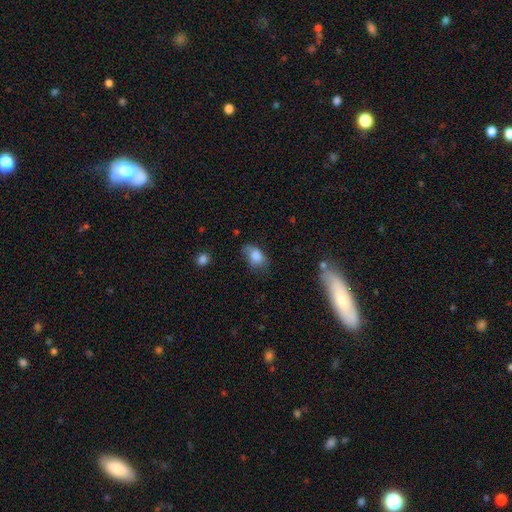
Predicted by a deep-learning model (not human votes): smooth 79%, featured or disk 12%, star or artifact 9%. Down the decision tree: how rounded — in between (82%); merging — none (45%).